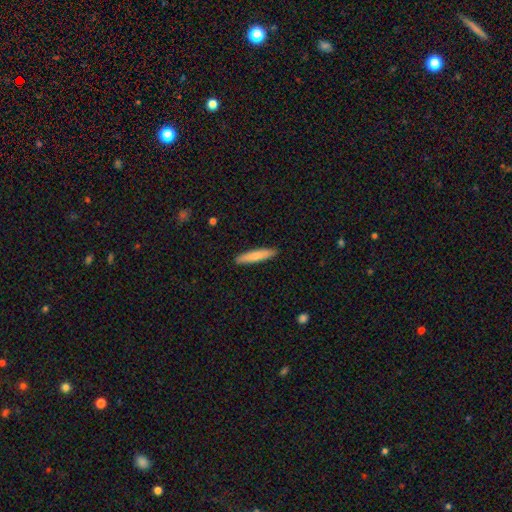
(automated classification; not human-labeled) Smooth or featured? smooth (77%)
How rounded? cigar-shaped (89%)
Merging? none (91%)